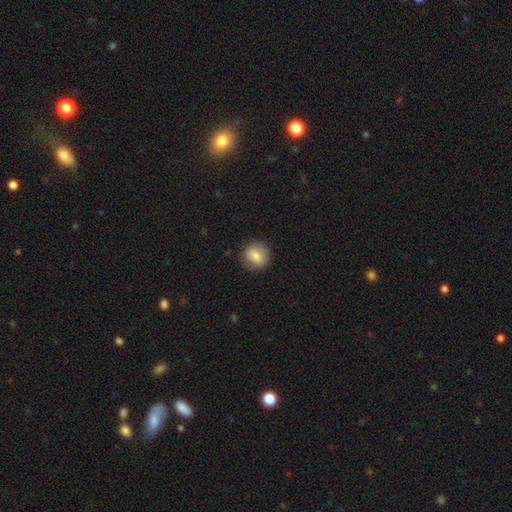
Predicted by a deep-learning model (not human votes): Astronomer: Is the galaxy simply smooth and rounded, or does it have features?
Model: smooth — 80%.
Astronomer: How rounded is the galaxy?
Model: round — 87%.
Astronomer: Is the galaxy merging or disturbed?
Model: none — 85%.